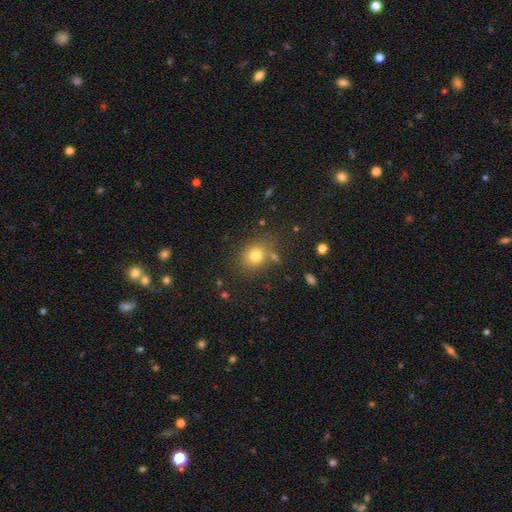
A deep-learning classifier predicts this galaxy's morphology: smooth_or_featured: smooth (p=0.77) [alt: star or artifact p=0.13]
how_rounded: round (p=0.59) [alt: in between p=0.40]
merging: none (p=0.73) [alt: minor disturbance p=0.13]